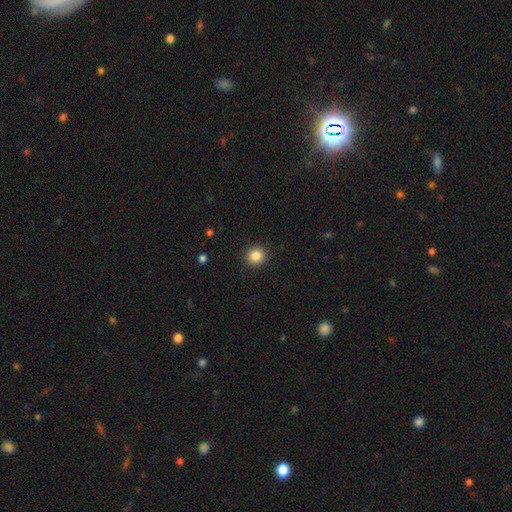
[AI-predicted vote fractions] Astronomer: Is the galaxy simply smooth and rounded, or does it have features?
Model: smooth — 85%.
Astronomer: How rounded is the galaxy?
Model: round — 92%.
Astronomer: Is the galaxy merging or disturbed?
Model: none — 92%.